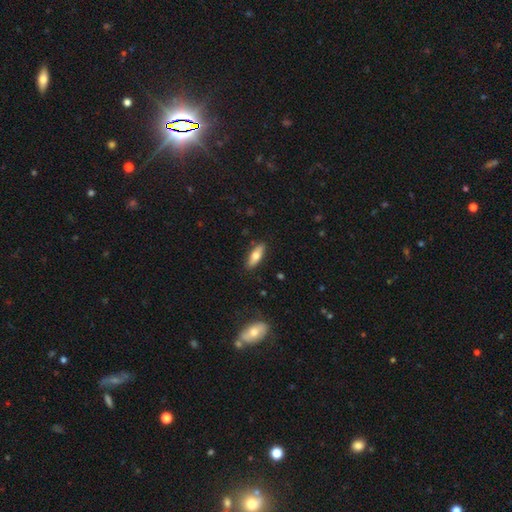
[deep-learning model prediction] Overall: smooth (68%). How rounded: in between (61%; cigar-shaped 37%). Merging: none (87%).